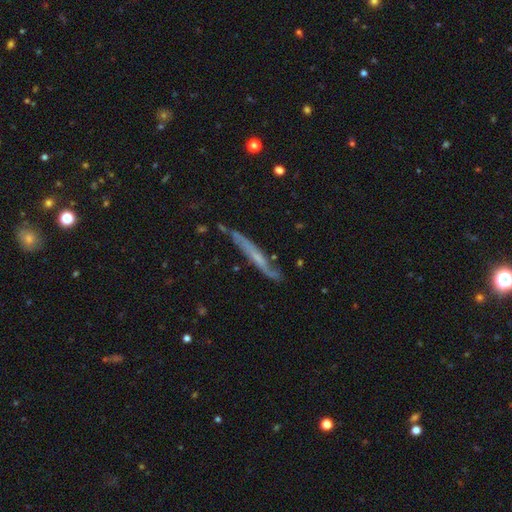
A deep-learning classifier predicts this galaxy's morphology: A featured or disk galaxy (63%) viewed edge-on (77%).

Vote fractions:
- Smooth or featured? featured or disk: 63% / smooth: 29% / star or artifact: 8%
- Edge-on disk? yes: 77% / no: 23%
- Merging? none: 65% / minor disturbance: 23% / major disturbance: 7% / merger: 5%